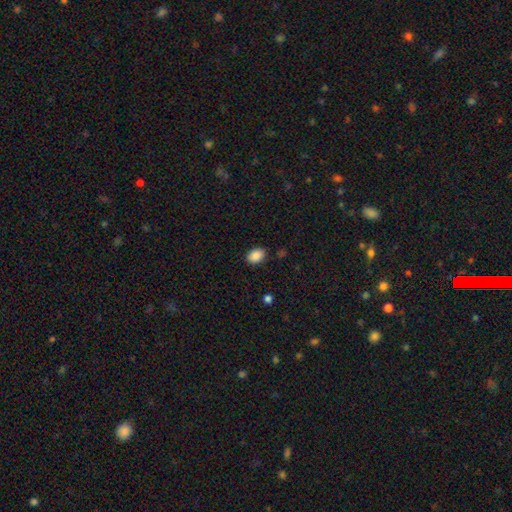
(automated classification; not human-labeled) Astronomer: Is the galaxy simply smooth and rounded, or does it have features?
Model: smooth — 89%.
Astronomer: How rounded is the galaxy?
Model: in between — 81%.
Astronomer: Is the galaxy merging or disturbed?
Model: none — 84%.